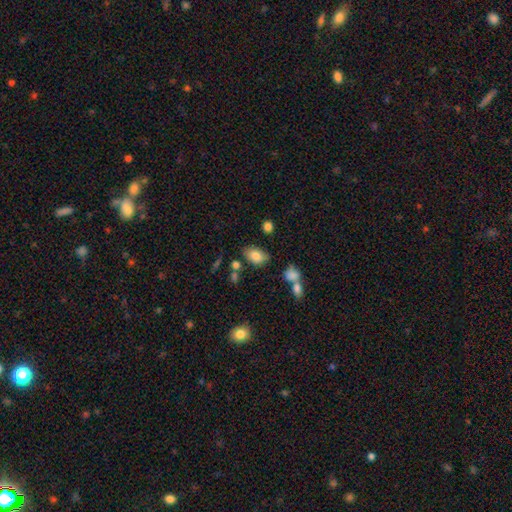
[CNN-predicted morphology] Smooth or featured? Predicted: smooth (p=0.80). How rounded? Predicted: in between (p=0.88). Merging? Predicted: none (p=0.72).